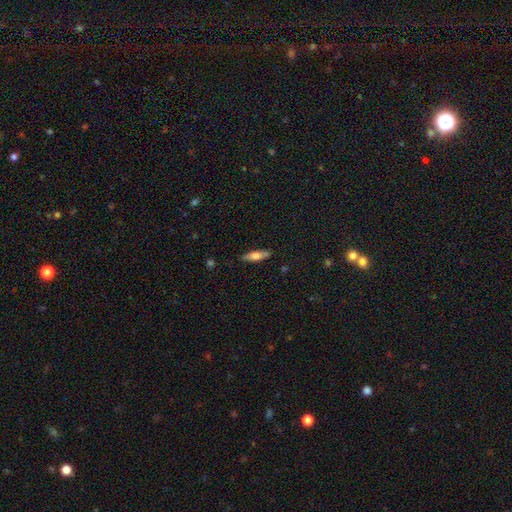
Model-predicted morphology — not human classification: Smooth or featured? smooth (63%)
How rounded? cigar-shaped (61%)
Merging? none (86%)